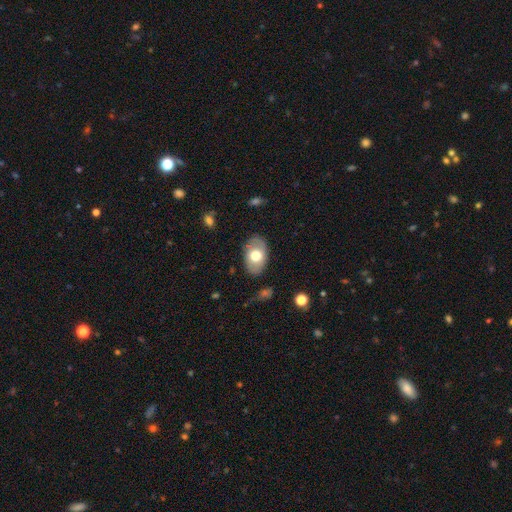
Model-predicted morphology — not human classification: Smooth or featured? Predicted: smooth (p=0.65). How rounded? Predicted: in between (p=0.88). Merging? Predicted: none (p=0.79).